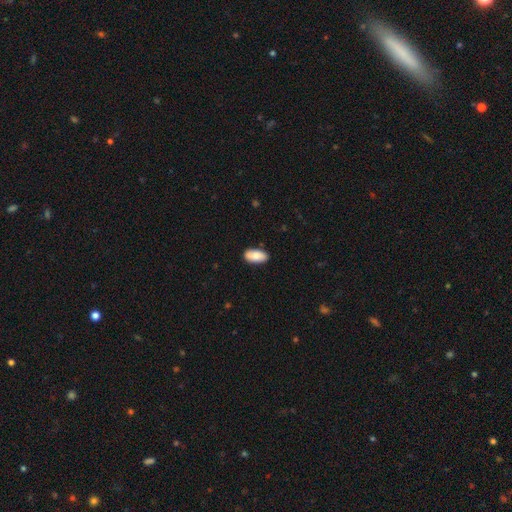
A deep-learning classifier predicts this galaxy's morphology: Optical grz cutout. It shows a smooth galaxy with no disk features (81%) that is in between round and cigar-shaped (93%). Merging: none (82%).